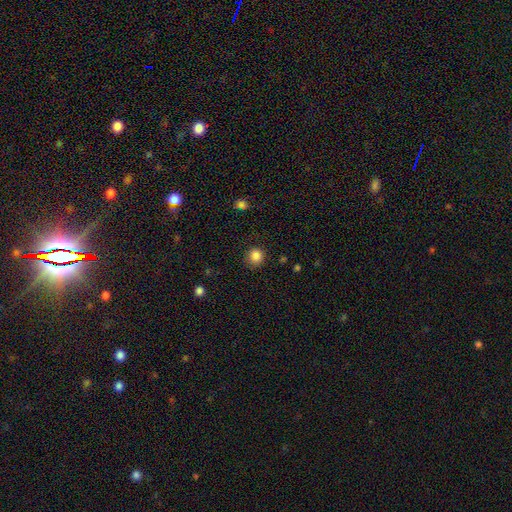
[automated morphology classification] Q: Smooth or featured?
A: smooth (86%); runner-up: star or artifact (11%)
Q: How rounded?
A: round (91%); runner-up: in between (8%)
Q: Merging?
A: none (85%); runner-up: minor disturbance (10%)